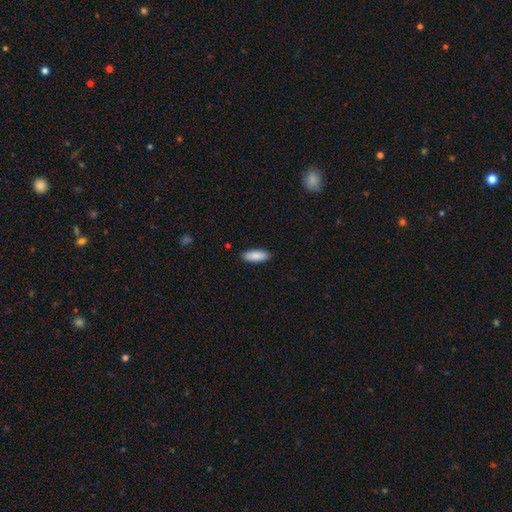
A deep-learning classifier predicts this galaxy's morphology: Q: Smooth or featured?
A: smooth (89%); runner-up: star or artifact (6%)
Q: How rounded?
A: in between (68%); runner-up: cigar-shaped (31%)
Q: Merging?
A: none (89%); runner-up: minor disturbance (8%)